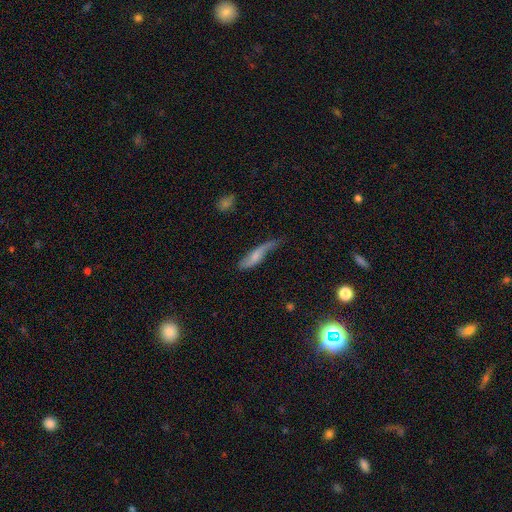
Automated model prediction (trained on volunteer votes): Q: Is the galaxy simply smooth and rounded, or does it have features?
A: smooth — 49%.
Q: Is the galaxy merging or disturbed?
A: minor disturbance — 38%.